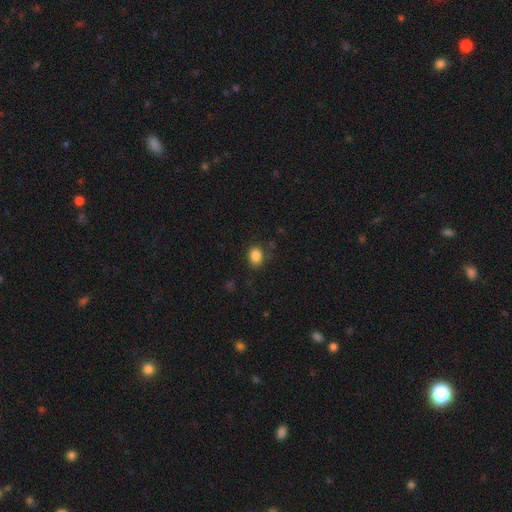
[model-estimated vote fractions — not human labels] Smooth or featured? smooth (86%)
How rounded? in between (51%)
Merging? none (81%)